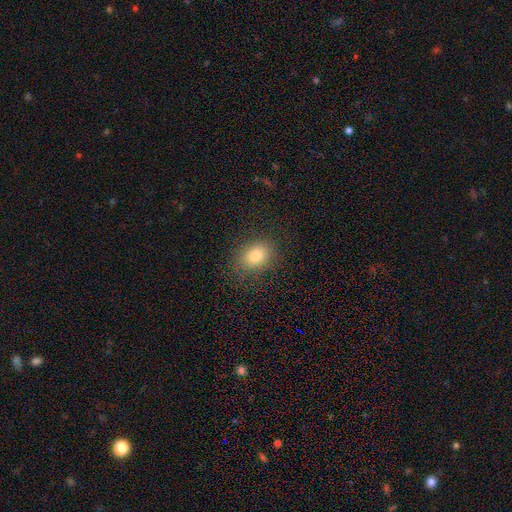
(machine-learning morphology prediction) type=smooth (80%); roundness=in between (61%); merging=none (83%).